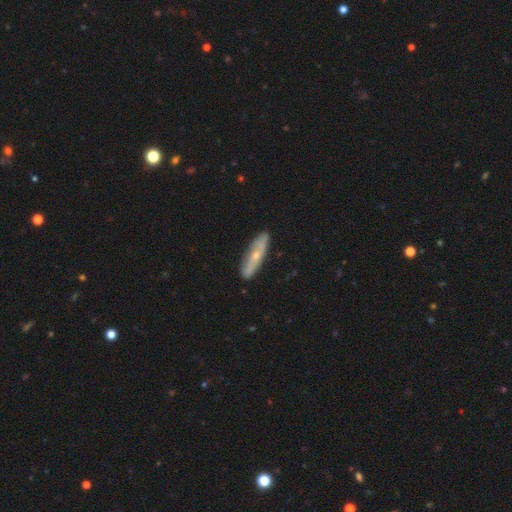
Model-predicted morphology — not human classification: smooth_or_featured: featured or disk (p=0.52) [alt: smooth p=0.42]
disk_edge_on: yes (p=0.53) [alt: no p=0.47]
merging: none (p=0.85) [alt: minor disturbance p=0.11]